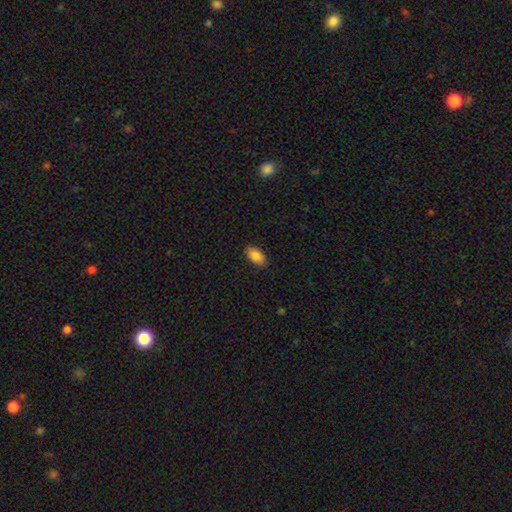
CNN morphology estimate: The model was most divided on "merging": none: 88%, minor disturbance: 9%, major disturbance: 2%, merger: 1%. More confident: how rounded — in between (94%); smooth or featured — smooth (87%).